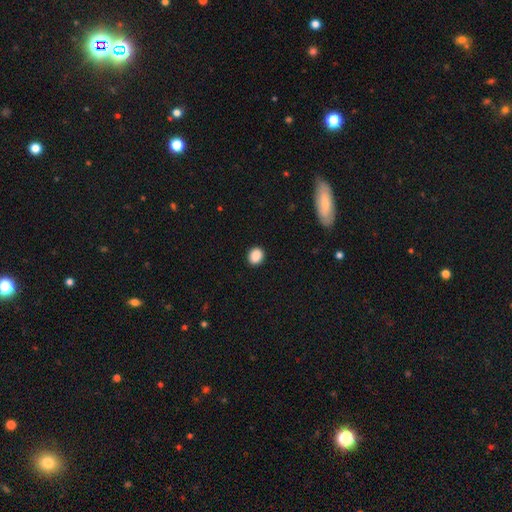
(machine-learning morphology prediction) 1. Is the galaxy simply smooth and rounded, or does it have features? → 89% smooth, 8% star or artifact, 2% featured or disk.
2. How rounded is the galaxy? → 70% round, 29% in between, 1% cigar-shaped.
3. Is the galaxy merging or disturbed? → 91% none, 6% minor disturbance, 2% major disturbance, 1% merger.